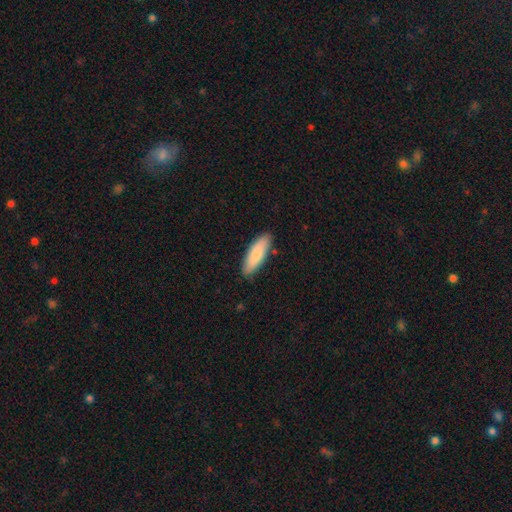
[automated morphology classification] A smooth galaxy with no disk features (83%) that is in between round and cigar-shaped (57%).

Vote fractions:
- Smooth or featured? smooth: 83% / featured or disk: 12% / star or artifact: 5%
- How rounded? in between: 57% / cigar-shaped: 41% / round: 2%
- Merging? none: 85% / minor disturbance: 12% / major disturbance: 2% / merger: 2%